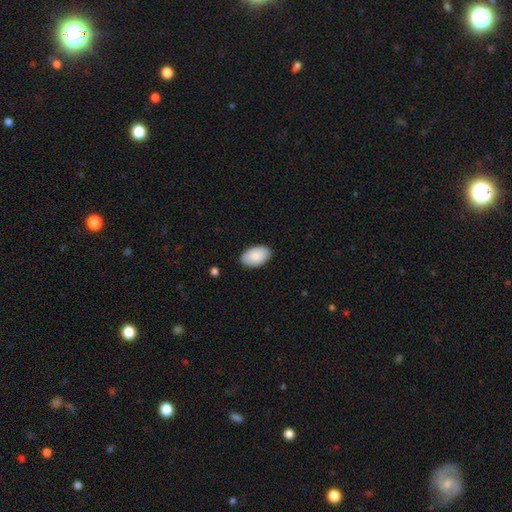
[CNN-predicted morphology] A smooth galaxy with no disk features (90%) that is in between round and cigar-shaped (95%).

Vote fractions:
- Smooth or featured? smooth: 90% / star or artifact: 6% / featured or disk: 4%
- How rounded? in between: 95% / round: 4% / cigar-shaped: 1%
- Merging? none: 88% / minor disturbance: 9% / major disturbance: 2% / merger: 1%